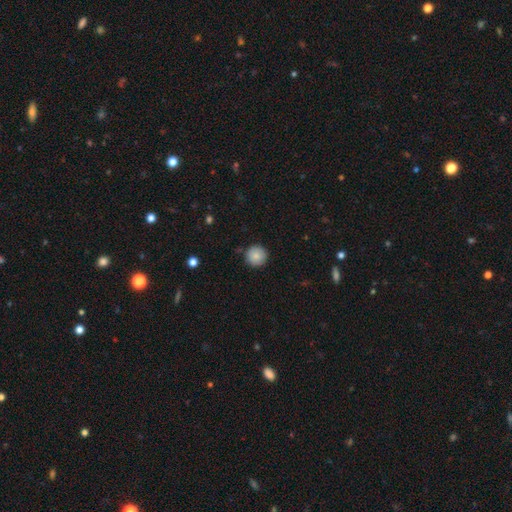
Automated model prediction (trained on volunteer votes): A smooth galaxy with no disk features (85%) that is round (96%). Merging: none (88%).